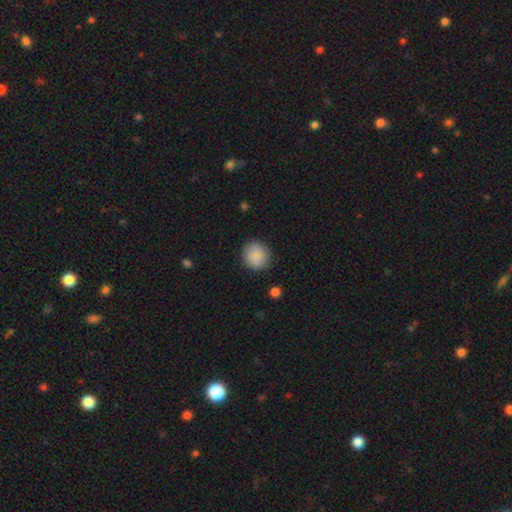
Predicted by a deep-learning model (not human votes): Smooth or featured? Predicted: smooth (p=0.88). How rounded? Predicted: round (p=0.85). Merging? Predicted: none (p=0.87).